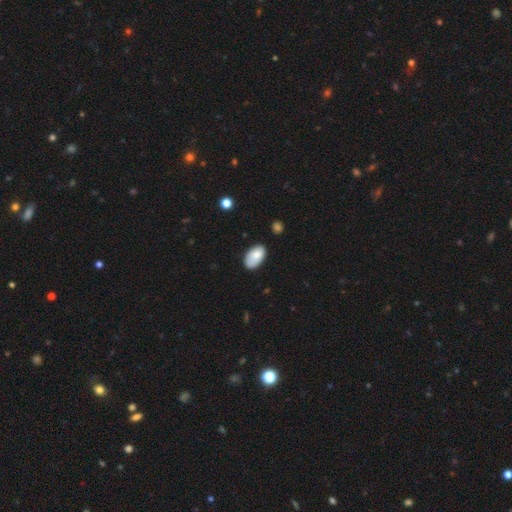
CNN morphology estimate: Smooth or featured? smooth (81%)
How rounded? in between (94%)
Merging? none (69%)